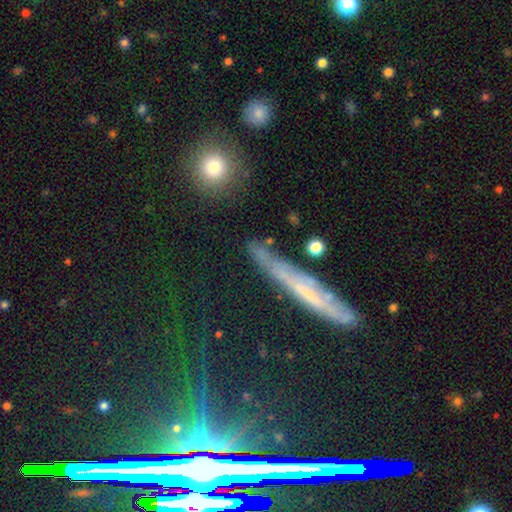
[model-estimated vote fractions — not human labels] Smooth or featured?
  - smooth: 47% *
  - featured or disk: 28%
  - star or artifact: 25%
Merging?
  - none: 72% *
  - minor disturbance: 15%
  - major disturbance: 7%
  - merger: 6%